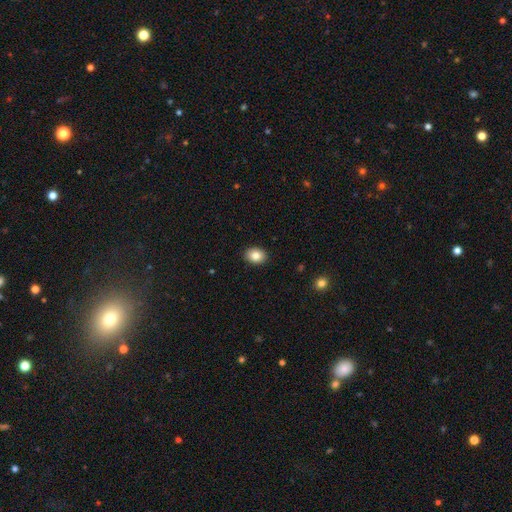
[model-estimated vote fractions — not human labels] Overall: smooth (84%). How rounded: in between (62%; round 37%). Merging: none (91%).